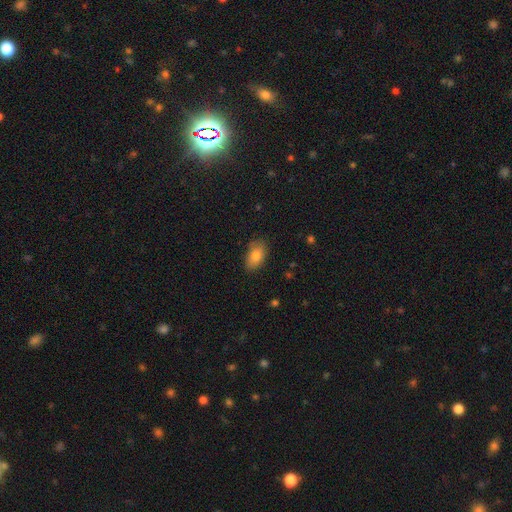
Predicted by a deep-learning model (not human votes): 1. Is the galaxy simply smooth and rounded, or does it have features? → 80% smooth, 13% featured or disk, 7% star or artifact.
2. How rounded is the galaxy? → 91% in between, 6% round, 2% cigar-shaped.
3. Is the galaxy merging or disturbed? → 81% none, 15% minor disturbance, 3% major disturbance, 1% merger.